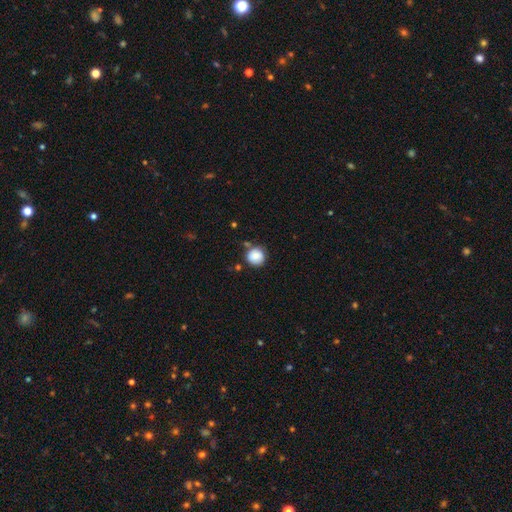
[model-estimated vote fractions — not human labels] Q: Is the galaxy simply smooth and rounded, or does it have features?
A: smooth — 83%.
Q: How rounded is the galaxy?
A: round — 94%.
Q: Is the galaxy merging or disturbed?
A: none — 77%.